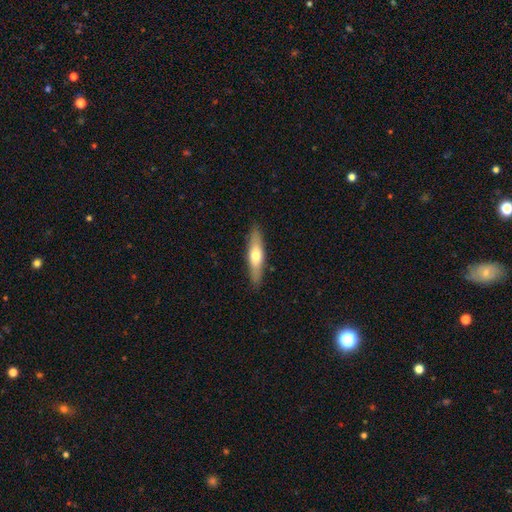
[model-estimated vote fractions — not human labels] Morphology: type=smooth (55%); roundness=cigar-shaped (71%); merging=none (88%).